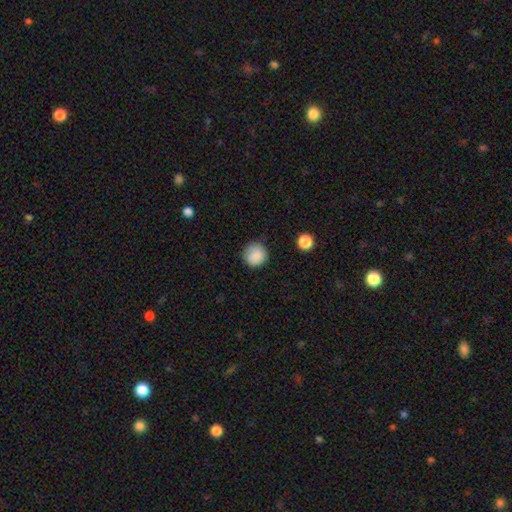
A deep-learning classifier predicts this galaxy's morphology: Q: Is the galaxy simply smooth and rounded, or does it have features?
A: smooth — 85%.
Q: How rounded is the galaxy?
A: round — 94%.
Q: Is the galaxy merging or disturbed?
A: none — 84%.